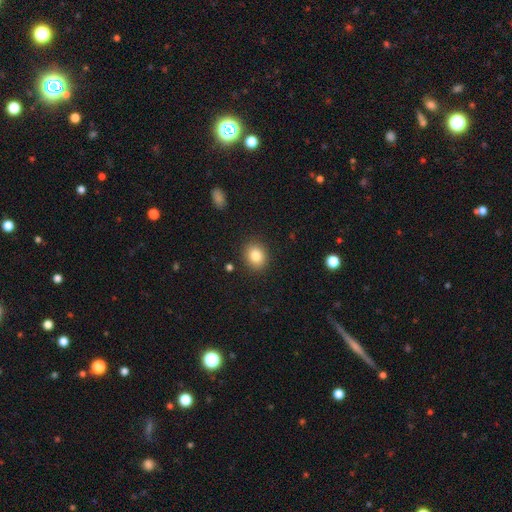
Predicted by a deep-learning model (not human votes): Smooth or featured? Predicted: smooth (p=0.84). How rounded? Predicted: round (p=0.61). Merging? Predicted: none (p=0.88).